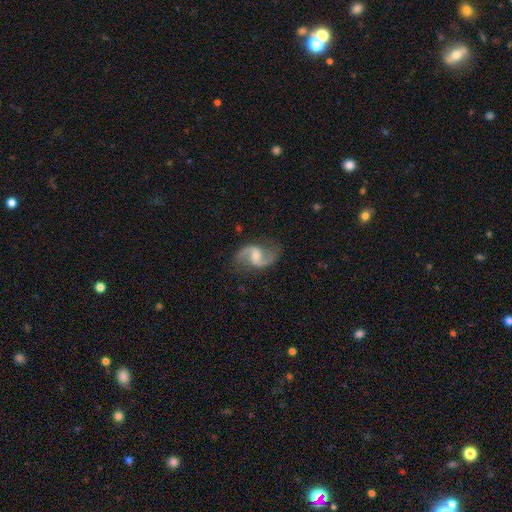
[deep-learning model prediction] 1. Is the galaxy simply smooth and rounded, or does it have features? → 90% featured or disk, 5% smooth, 5% star or artifact.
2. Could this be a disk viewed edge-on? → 98% no, 2% yes.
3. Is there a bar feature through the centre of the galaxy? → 50% weak, 38% no, 12% strong.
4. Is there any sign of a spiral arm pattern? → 98% yes, 2% no.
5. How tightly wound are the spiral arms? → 58% loose, 36% medium, 6% tight.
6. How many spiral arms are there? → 94% 2, 2% can't tell, 2% 1, 1% 3, 1% 4, 1% more than 4.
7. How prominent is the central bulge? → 44% moderate (tied), 44% small (tied), 8% none, 3% large, 1% dominant.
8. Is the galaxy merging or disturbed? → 80% none, 13% minor disturbance, 5% major disturbance, 1% merger.